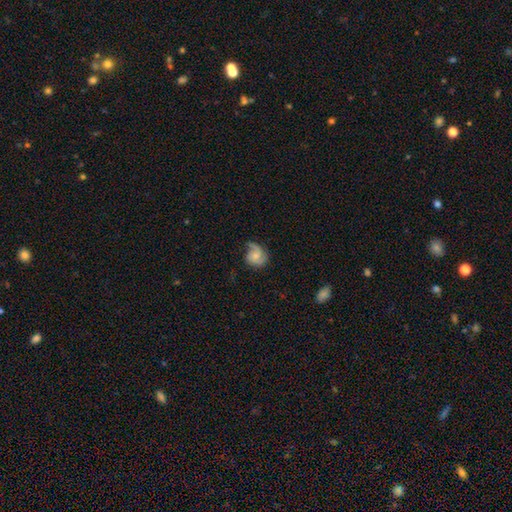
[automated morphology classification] Smooth or featured?
  - featured or disk: 65% *
  - smooth: 28%
  - star or artifact: 7%
Edge-on disk?
  - no: 98% *
  - yes: 2%
Bar?
  - no: 70% *
  - weak: 26%
  - strong: 4%
Spiral arms?
  - yes: 92% *
  - no: 8%
Spiral winding?
  - medium: 43% *
  - loose: 30%
  - tight: 27%
Spiral arm count?
  - 2: 49% *
  - 1: 30%
  - can't tell: 10%
  - 3: 9%
  - 4: 2%
  - more than 4: 2%
Bulge size?
  - small: 48% *
  - moderate: 41%
  - none: 7%
  - large: 3%
  - dominant: 1%
Merging?
  - none: 54% *
  - minor disturbance: 27%
  - major disturbance: 18%
  - merger: 2%